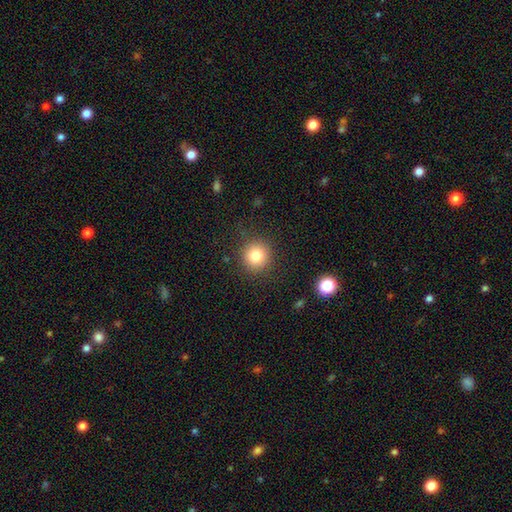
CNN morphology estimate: Smooth or featured? smooth (80%)
How rounded? round (93%)
Merging? none (87%)